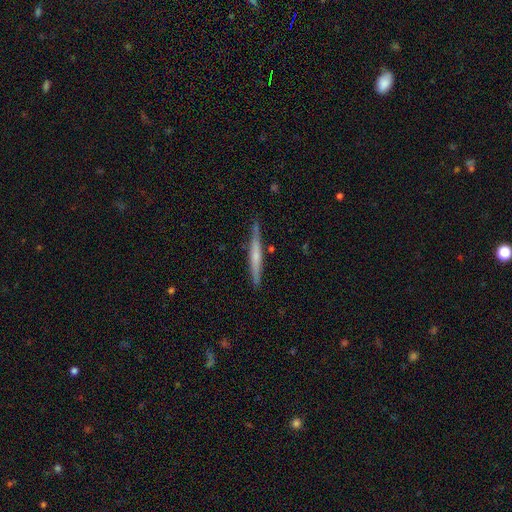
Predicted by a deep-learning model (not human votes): Smooth or featured? featured or disk (54%)
Edge-on disk? yes (96%)
Edge-on bulge? none (50%)
Merging? none (84%)